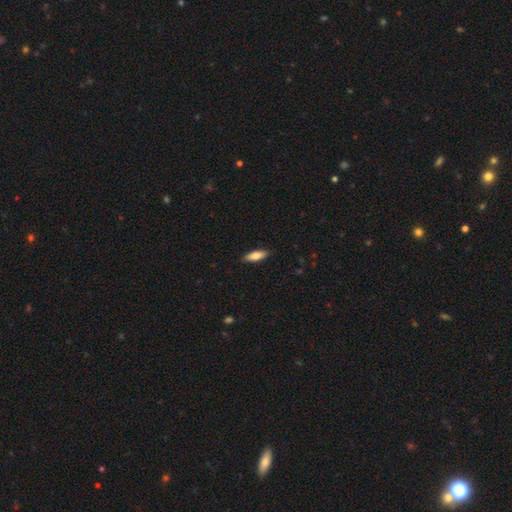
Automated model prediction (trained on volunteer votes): smooth-or-featured: smooth: 78% | featured or disk: 16% | star or artifact: 6%
  how-rounded: in between: 58% | cigar-shaped: 40% | round: 2%
  merging: none: 89% | minor disturbance: 8% | major disturbance: 2% | merger: 1%